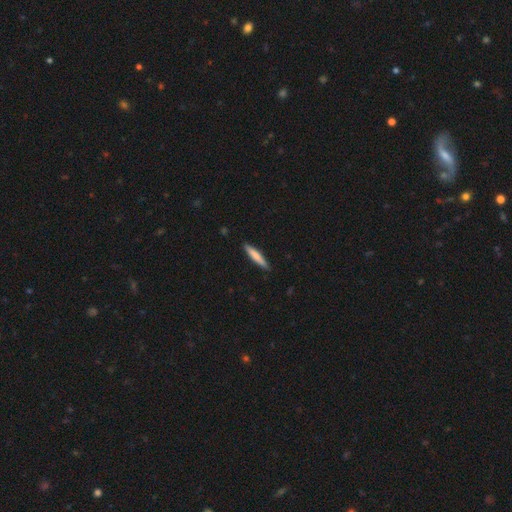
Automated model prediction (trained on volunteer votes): Overall: smooth (72%). How rounded: cigar-shaped (91%). Merging: none (89%).